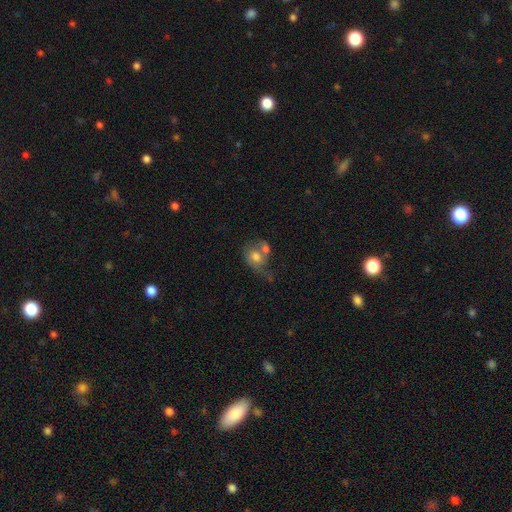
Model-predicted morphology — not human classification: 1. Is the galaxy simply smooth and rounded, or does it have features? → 54% smooth, 30% featured or disk, 16% star or artifact.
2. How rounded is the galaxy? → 65% round, 33% in between, 2% cigar-shaped.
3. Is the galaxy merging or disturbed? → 42% merger, 29% none, 15% minor disturbance, 14% major disturbance.